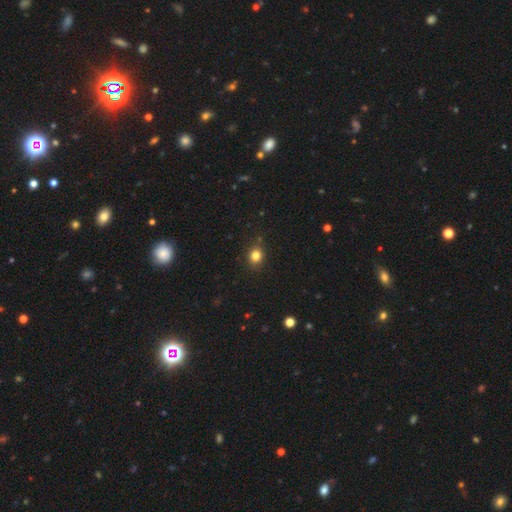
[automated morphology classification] Overall: smooth (81%). How rounded: round (72%). Merging: none (86%).